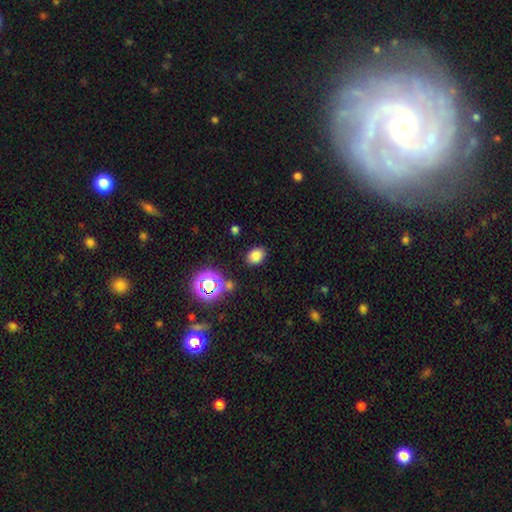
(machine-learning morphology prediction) A smooth galaxy with no disk features (76%) that is in between round and cigar-shaped (61%).

Vote fractions:
- Smooth or featured? smooth: 76% / star or artifact: 17% / featured or disk: 7%
- How rounded? in between: 61% / round: 38% / cigar-shaped: 1%
- Merging? none: 85% / minor disturbance: 10% / major disturbance: 3% / merger: 2%